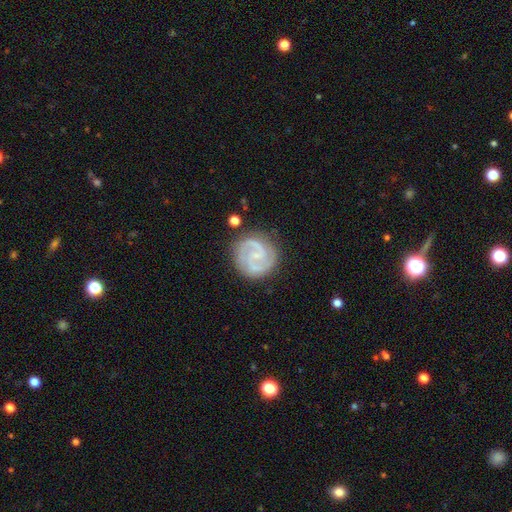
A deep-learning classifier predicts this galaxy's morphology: A featured or disk galaxy (86%) with no bar (46%), 2 (79%) medium (46%) spiral arms (97%) and a small central bulge (69%). Merging: none (79%).